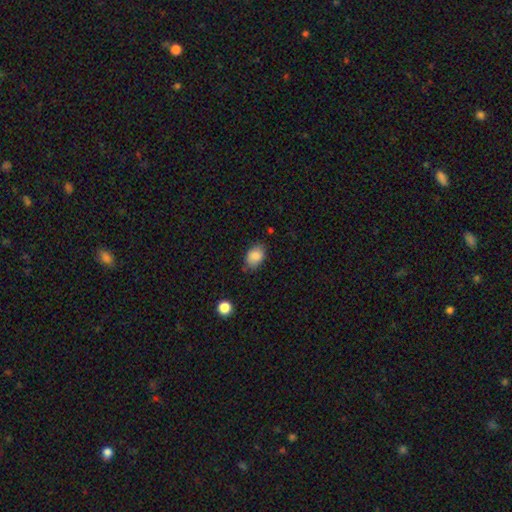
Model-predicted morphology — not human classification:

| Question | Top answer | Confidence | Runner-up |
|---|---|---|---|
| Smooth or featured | smooth | 87% | star or artifact (8%) |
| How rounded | in between | 77% | round (22%) |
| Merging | none | 74% | minor disturbance (20%) |